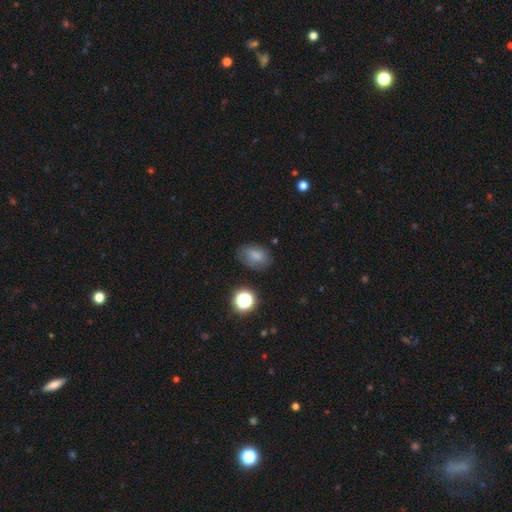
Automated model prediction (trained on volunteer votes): This appears to be a smooth galaxy with no disk features (73%) that is in between round and cigar-shaped (76%). Merging: none (68%).